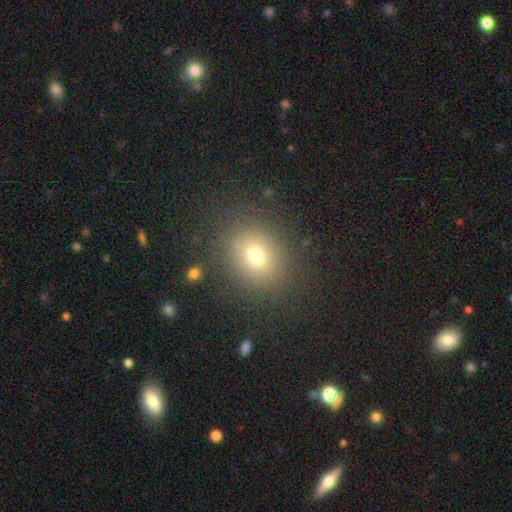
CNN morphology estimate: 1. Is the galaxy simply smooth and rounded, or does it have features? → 72% smooth, 16% star or artifact, 12% featured or disk.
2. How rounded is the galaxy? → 67% round, 32% in between, 1% cigar-shaped.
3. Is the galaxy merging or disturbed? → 84% none, 9% minor disturbance, 5% major disturbance, 2% merger.